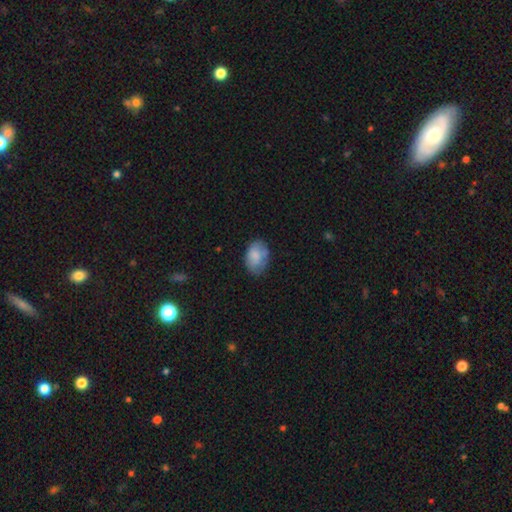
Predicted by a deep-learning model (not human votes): Overall: smooth (75%). How rounded: in between (83%). Merging: none (63%; minor disturbance 27%).